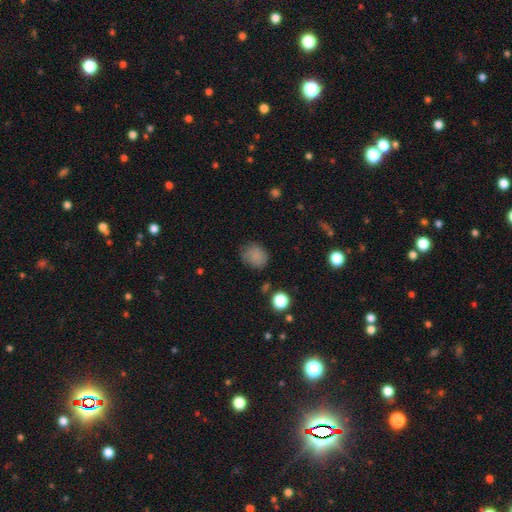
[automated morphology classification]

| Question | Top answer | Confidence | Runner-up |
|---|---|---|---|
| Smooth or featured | smooth | 82% | star or artifact (12%) |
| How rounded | round | 65% | in between (34%) |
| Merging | none | 73% | minor disturbance (19%) |